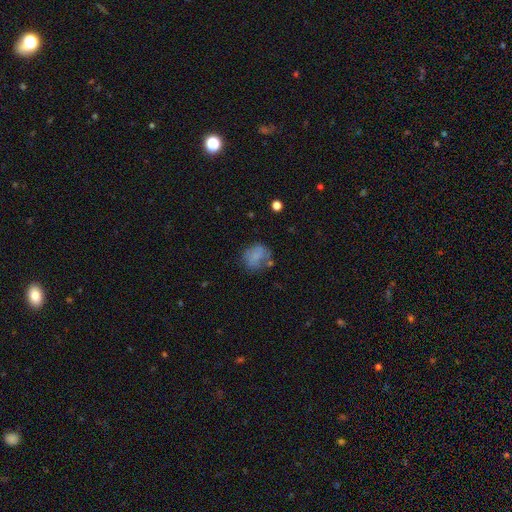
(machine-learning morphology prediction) Smooth or featured: smooth — 70% (featured or disk — 19%)
How rounded: round — 59% (in between — 40%)
Merging: none — 55% (minor disturbance — 25%)